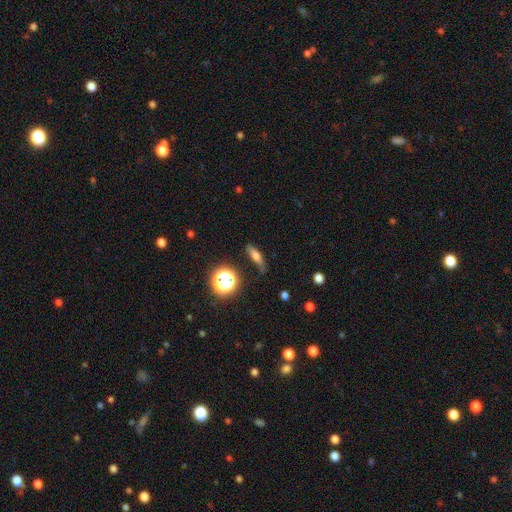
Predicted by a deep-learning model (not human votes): Q: Smooth or featured?
A: smooth (62%); runner-up: featured or disk (24%)
Q: How rounded?
A: cigar-shaped (51%); runner-up: in between (35%)
Q: Merging?
A: none (67%); runner-up: minor disturbance (22%)